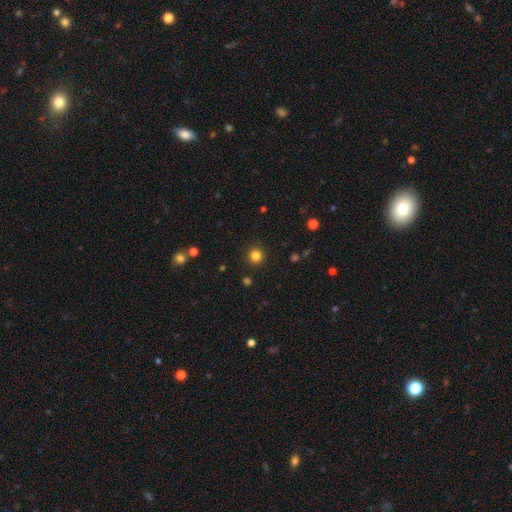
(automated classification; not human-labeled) This is clearly a smooth galaxy (82%). How rounded: clearly round (95%). Merging: clearly none (92%).